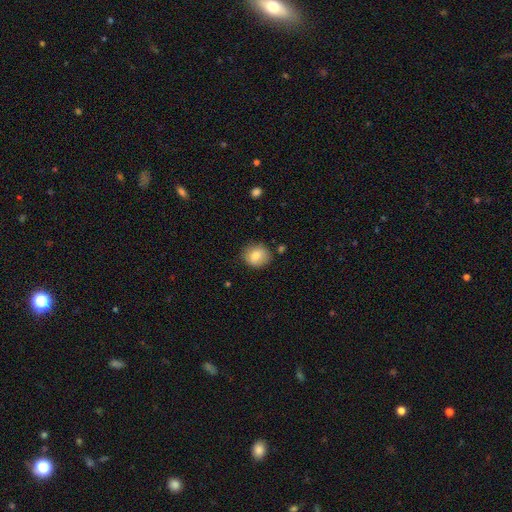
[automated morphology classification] A smooth galaxy with no disk features (80%) that is round (75%). Merging: none (81%).